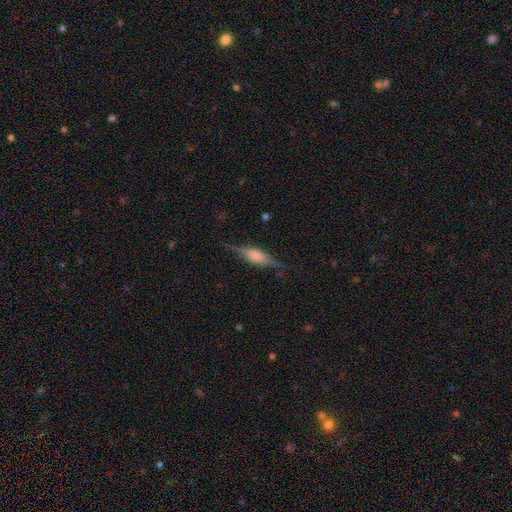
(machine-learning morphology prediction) A featured or disk galaxy (68%) viewed edge-on (95%) with a rounded central bulge (65%). Merging: none (76%).